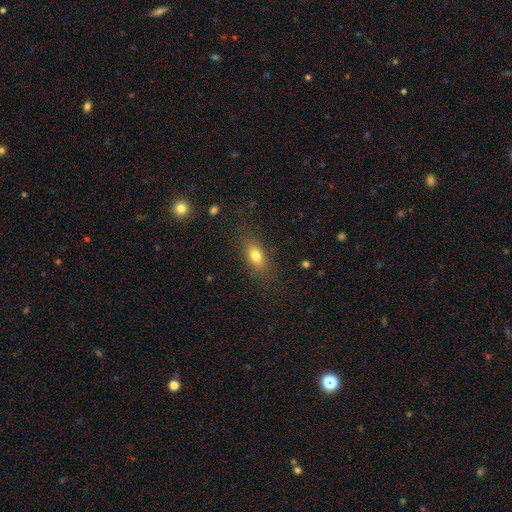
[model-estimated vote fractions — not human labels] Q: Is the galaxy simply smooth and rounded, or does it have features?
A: smooth — 78%.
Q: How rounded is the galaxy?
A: in between — 81%.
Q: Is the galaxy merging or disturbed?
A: none — 81%.